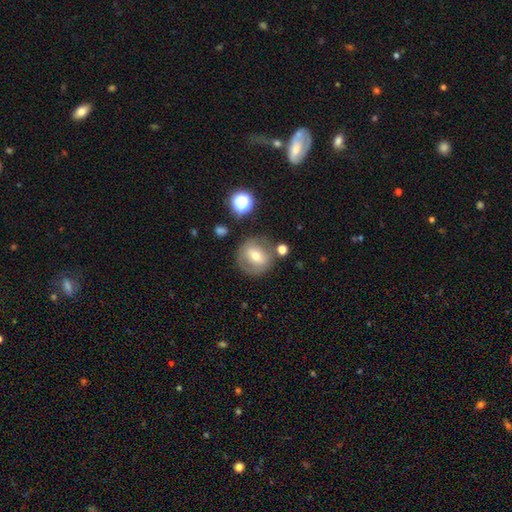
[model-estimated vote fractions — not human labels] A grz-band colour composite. It shows a smooth galaxy with no disk features (54%) that is round (84%). Merging: none (73%).